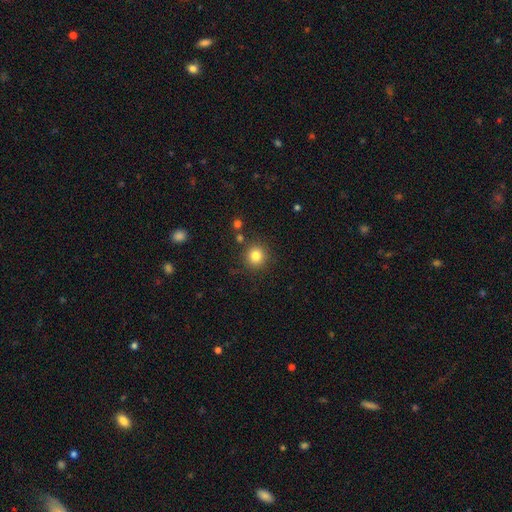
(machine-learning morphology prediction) Overall: smooth (82%). How rounded: round (93%). Merging: none (86%).